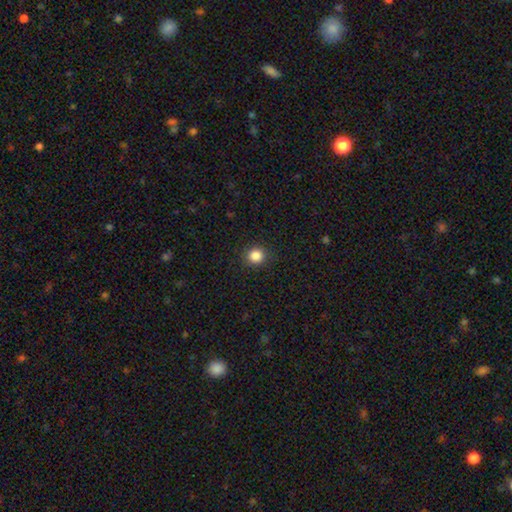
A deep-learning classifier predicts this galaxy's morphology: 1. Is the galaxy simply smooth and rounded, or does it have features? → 86% smooth, 11% star or artifact, 3% featured or disk.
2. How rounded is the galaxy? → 90% round, 9% in between, 1% cigar-shaped.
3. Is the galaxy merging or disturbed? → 90% none, 6% minor disturbance, 2% major disturbance, 1% merger.